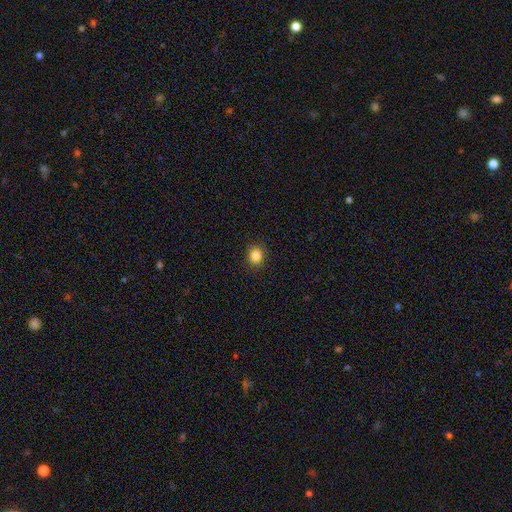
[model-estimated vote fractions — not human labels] smooth-or-featured: smooth: 85% | star or artifact: 11% | featured or disk: 4%
  how-rounded: round: 75% | in between: 24% | cigar-shaped: 1%
  merging: none: 91% | minor disturbance: 7% | major disturbance: 2% | merger: 1%